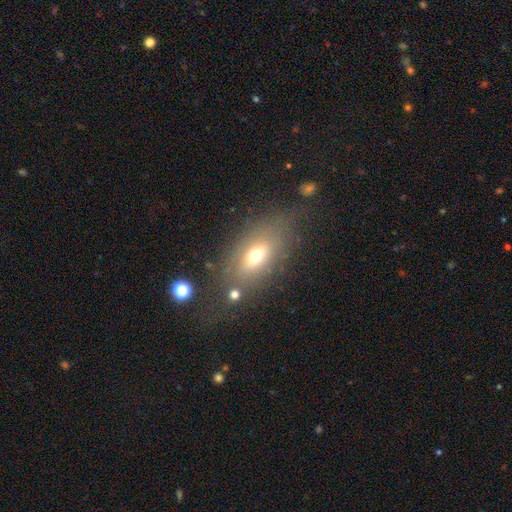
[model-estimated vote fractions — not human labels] The model was most divided on "smooth or featured": smooth: 62%, featured or disk: 24%, star or artifact: 14%. More confident: how rounded — in between (78%); merging — none (65%).